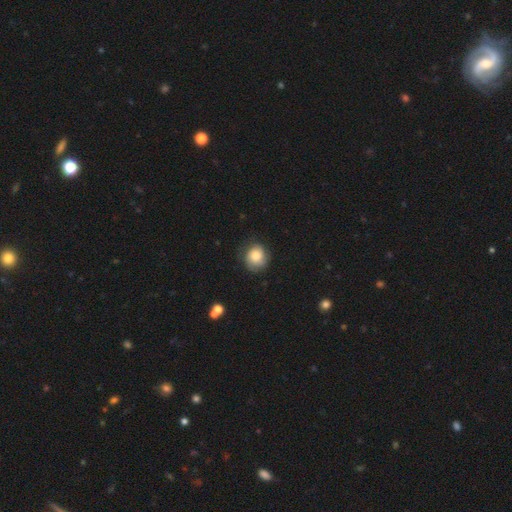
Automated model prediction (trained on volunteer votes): The model was most divided on "smooth or featured": smooth: 68%, featured or disk: 24%, star or artifact: 8%. More confident: how rounded — round (82%); merging — none (74%).